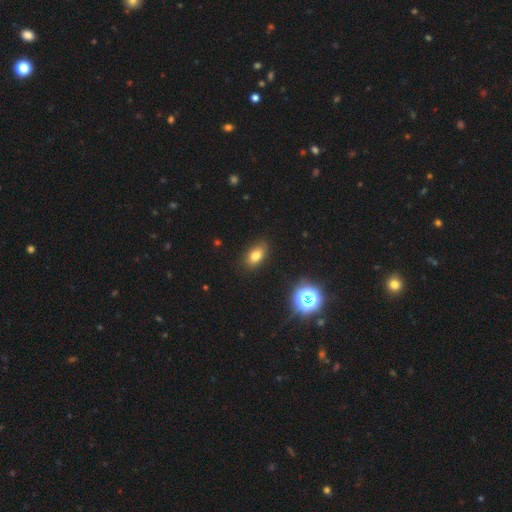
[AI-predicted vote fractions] Morphology: type=smooth (78%); roundness=in between (86%); merging=none (86%).